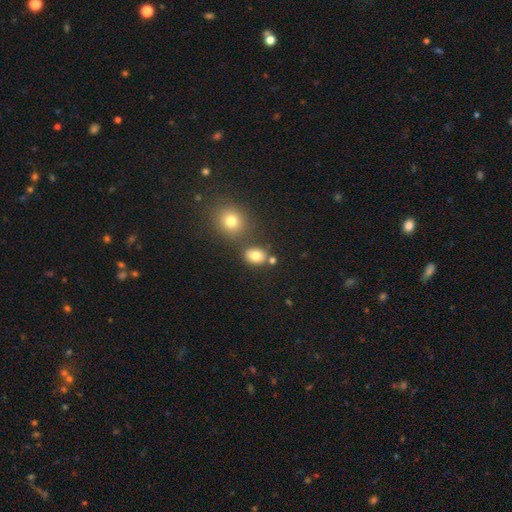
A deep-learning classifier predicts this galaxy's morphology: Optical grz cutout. It shows a smooth galaxy with no disk features (80%) that is in between round and cigar-shaped (57%). Merging: none (72%).